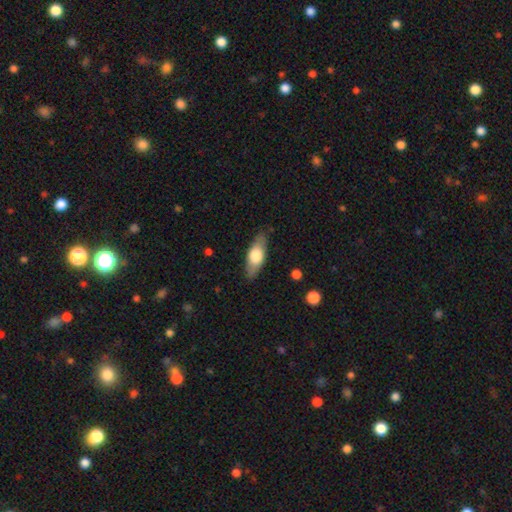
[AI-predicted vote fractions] smooth 62%, featured or disk 32%, star or artifact 6%. Down the decision tree: how rounded — in between (71%); merging — none (84%).